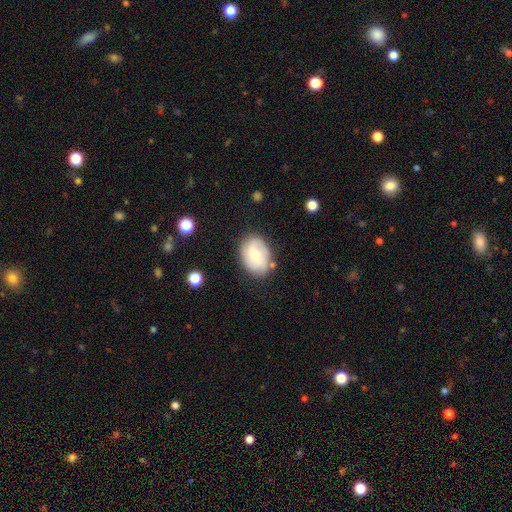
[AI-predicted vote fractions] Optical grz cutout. It shows a smooth galaxy with no disk features (53%) that is in between round and cigar-shaped (73%). Merging: none (75%).